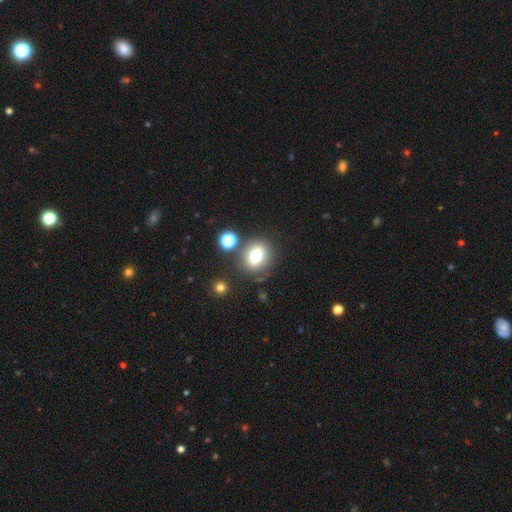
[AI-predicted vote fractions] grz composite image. It shows a smooth galaxy with no disk features (75%) that is round (51%). Merging: none (75%).